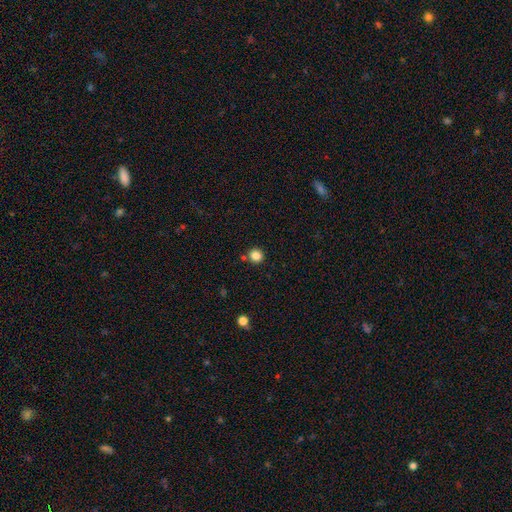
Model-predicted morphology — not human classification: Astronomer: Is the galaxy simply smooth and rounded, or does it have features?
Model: smooth — 84%.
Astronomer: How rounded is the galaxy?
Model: round — 93%.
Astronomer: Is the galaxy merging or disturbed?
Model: none — 84%.